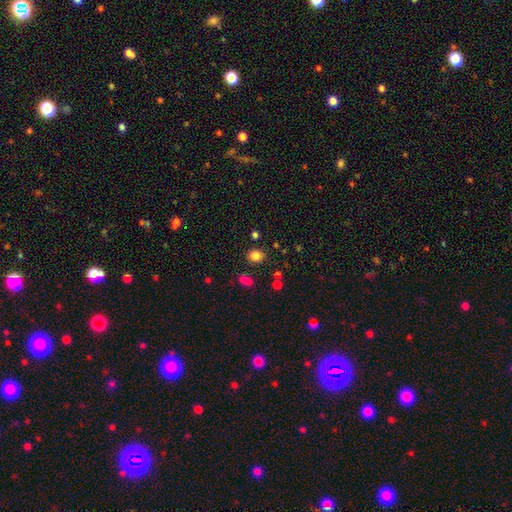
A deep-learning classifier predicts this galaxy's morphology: Q: Smooth or featured?
A: smooth (82%); runner-up: star or artifact (13%)
Q: How rounded?
A: round (63%); runner-up: in between (36%)
Q: Merging?
A: none (83%); runner-up: minor disturbance (9%)